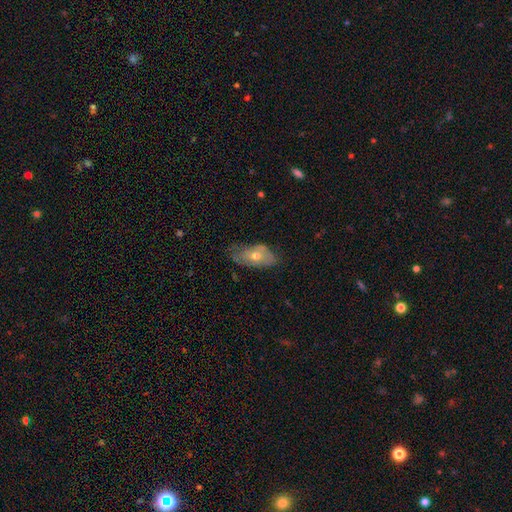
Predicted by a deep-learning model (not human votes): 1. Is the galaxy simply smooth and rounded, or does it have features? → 52% smooth, 41% featured or disk, 7% star or artifact.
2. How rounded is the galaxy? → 91% in between, 5% round, 4% cigar-shaped.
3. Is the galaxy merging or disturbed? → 50% none, 36% minor disturbance, 12% major disturbance, 2% merger.